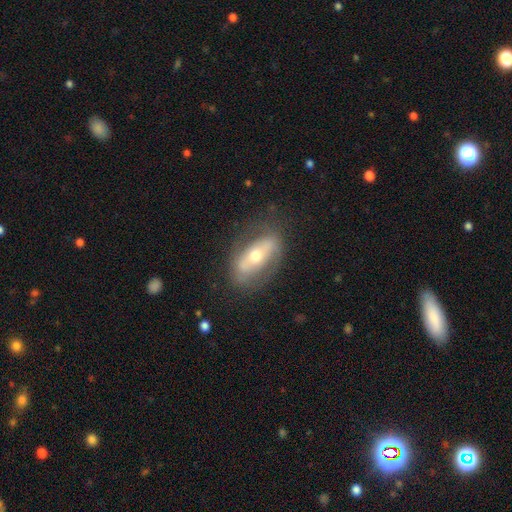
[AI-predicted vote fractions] featured or disk 60%, smooth 34%, star or artifact 7%. Down the decision tree: edge-on disk — no (80%); merging — none (73%).